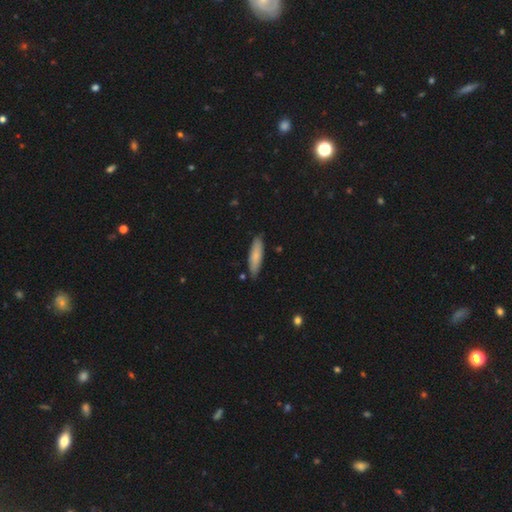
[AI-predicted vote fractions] Smooth or featured: smooth — 81% (featured or disk — 13%)
How rounded: cigar-shaped — 62% (in between — 37%)
Merging: none — 83% (minor disturbance — 13%)